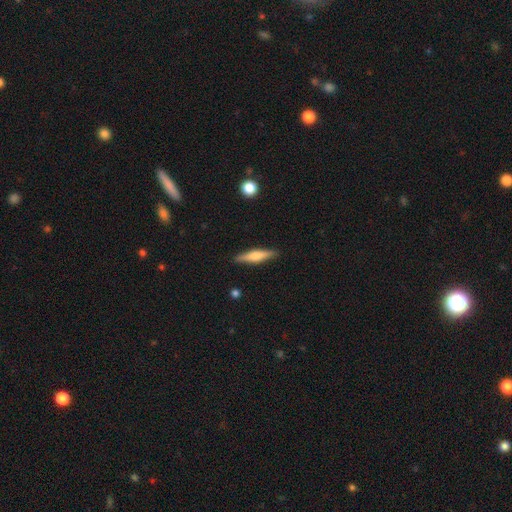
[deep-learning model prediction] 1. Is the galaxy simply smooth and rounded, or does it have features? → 51% smooth, 43% featured or disk, 6% star or artifact.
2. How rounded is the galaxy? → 82% cigar-shaped, 16% in between, 2% round.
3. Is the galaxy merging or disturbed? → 89% none, 8% minor disturbance, 2% major disturbance, 1% merger.